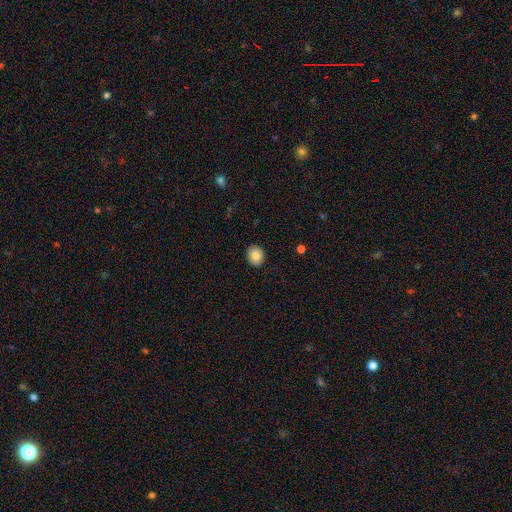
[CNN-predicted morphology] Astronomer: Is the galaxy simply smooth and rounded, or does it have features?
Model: smooth — 84%.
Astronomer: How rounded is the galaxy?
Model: round — 67%.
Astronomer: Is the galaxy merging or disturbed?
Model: none — 91%.